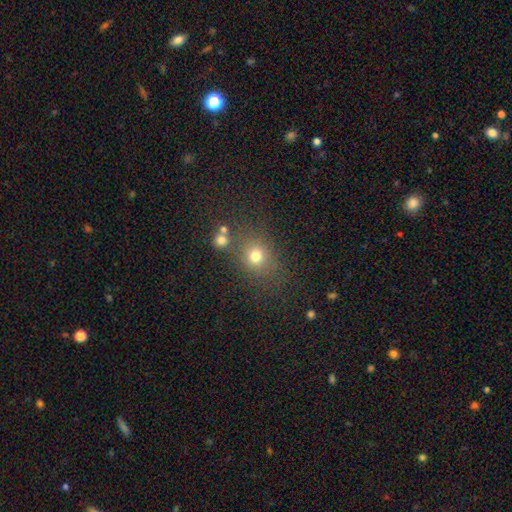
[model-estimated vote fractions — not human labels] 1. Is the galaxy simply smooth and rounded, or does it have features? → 72% smooth, 19% star or artifact, 9% featured or disk.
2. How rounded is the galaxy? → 72% round, 27% in between, 1% cigar-shaped.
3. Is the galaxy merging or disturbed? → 71% none, 12% minor disturbance, 10% merger, 6% major disturbance.